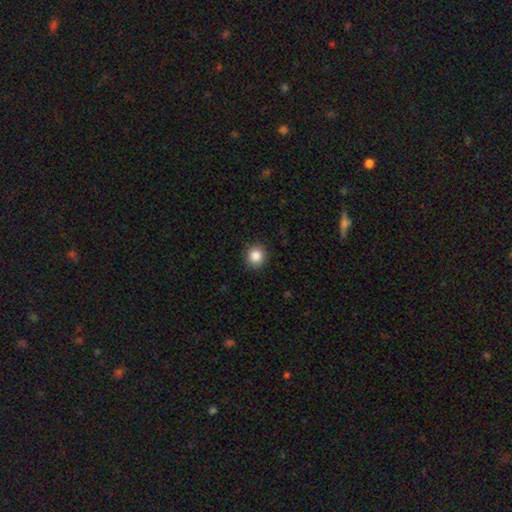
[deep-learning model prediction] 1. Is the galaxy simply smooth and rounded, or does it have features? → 86% smooth, 10% star or artifact, 4% featured or disk.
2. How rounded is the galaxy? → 90% round, 9% in between, 1% cigar-shaped.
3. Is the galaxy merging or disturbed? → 91% none, 6% minor disturbance, 2% major disturbance, 1% merger.